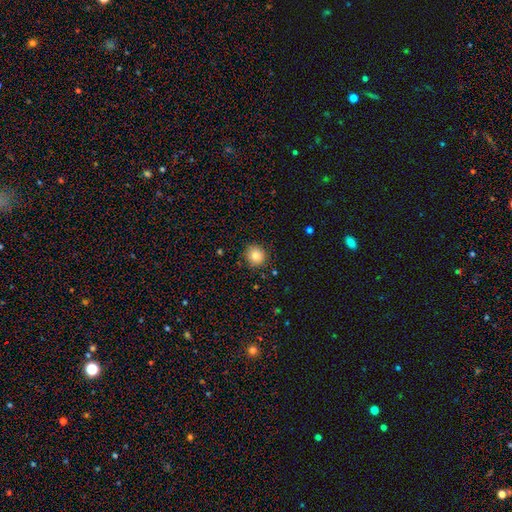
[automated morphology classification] The model was most divided on "smooth or featured": smooth: 82%, star or artifact: 10%, featured or disk: 7%. More confident: how rounded — round (91%); merging — none (88%).